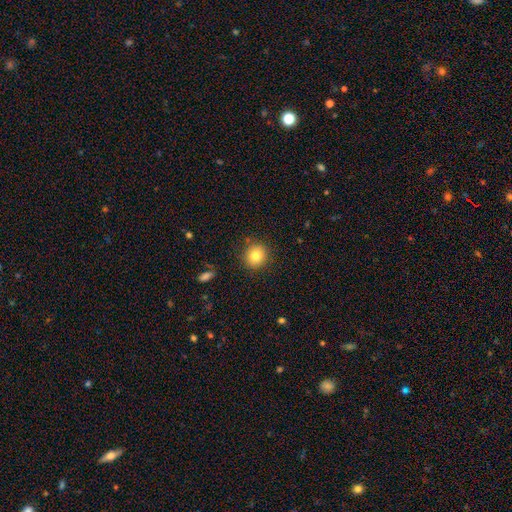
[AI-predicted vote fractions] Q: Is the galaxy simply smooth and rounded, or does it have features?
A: smooth — 80%.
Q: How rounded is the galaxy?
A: round — 87%.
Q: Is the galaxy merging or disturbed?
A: none — 88%.